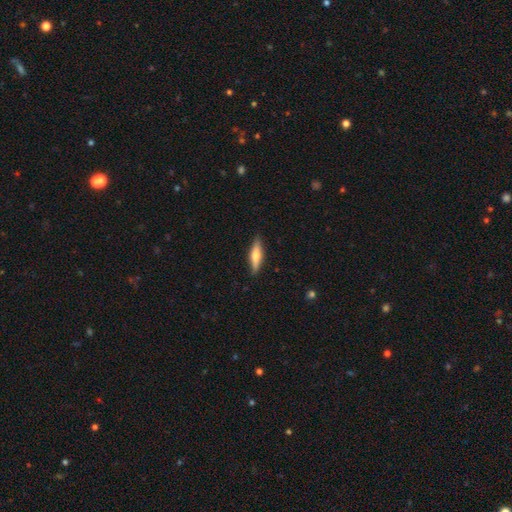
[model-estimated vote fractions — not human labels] Smooth or featured: smooth — 55% (featured or disk — 39%)
How rounded: cigar-shaped — 70% (in between — 28%)
Merging: none — 87% (minor disturbance — 10%)